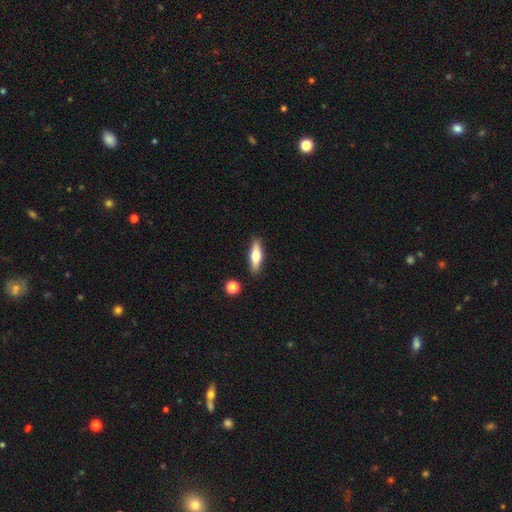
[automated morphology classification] smooth 56%, featured or disk 38%, star or artifact 7%. Down the decision tree: how rounded — cigar-shaped (57%); merging — none (86%).